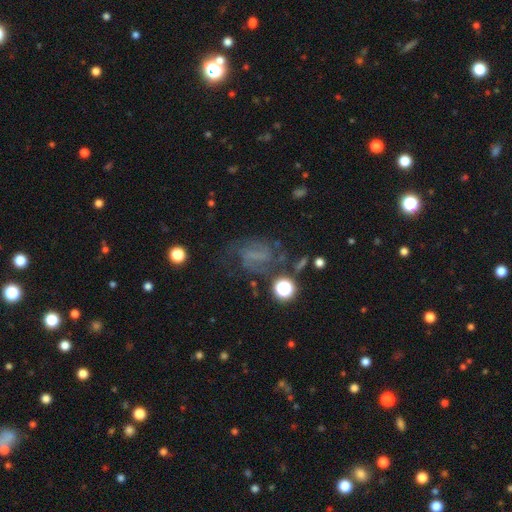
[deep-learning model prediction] Morphology: type=featured or disk (55%); edge-on=no (96%); bar=weak (41%); spiral arms=yes (77%); bulge=none (63%); merging=none (53%).